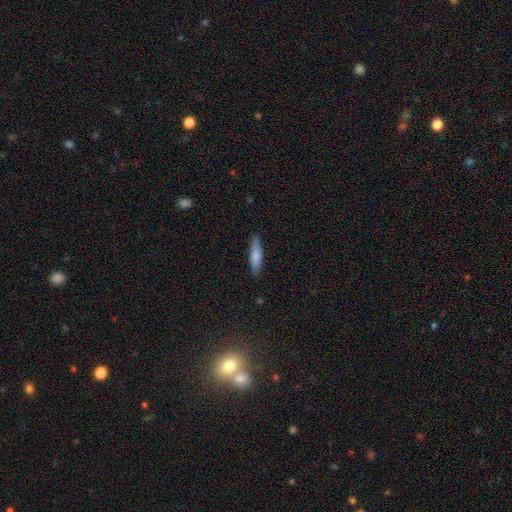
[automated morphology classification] Smooth or featured?
  - smooth: 78% *
  - featured or disk: 16%
  - star or artifact: 6%
How rounded?
  - cigar-shaped: 77% *
  - in between: 22%
  - round: 1%
Merging?
  - none: 86% *
  - minor disturbance: 11%
  - major disturbance: 2%
  - merger: 1%